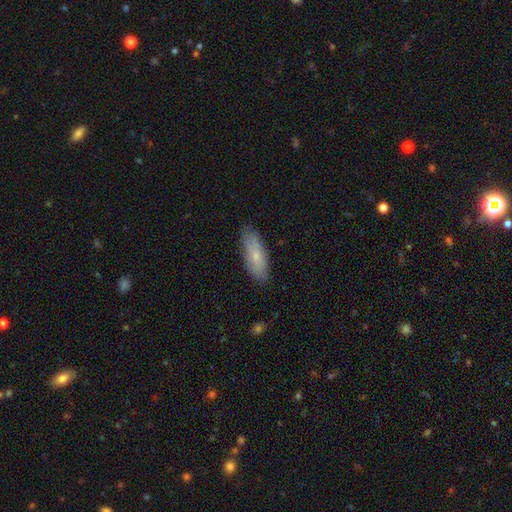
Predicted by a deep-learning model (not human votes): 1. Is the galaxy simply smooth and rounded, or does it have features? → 71% smooth, 22% featured or disk, 6% star or artifact.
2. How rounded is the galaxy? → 64% in between, 34% cigar-shaped, 2% round.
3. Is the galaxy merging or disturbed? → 82% none, 14% minor disturbance, 2% major disturbance, 1% merger.